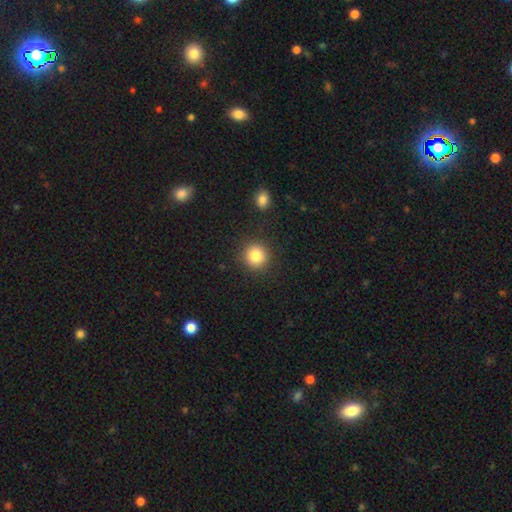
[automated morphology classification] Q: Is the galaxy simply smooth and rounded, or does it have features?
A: smooth — 84%.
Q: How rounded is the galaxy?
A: round — 93%.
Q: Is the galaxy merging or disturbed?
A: none — 90%.